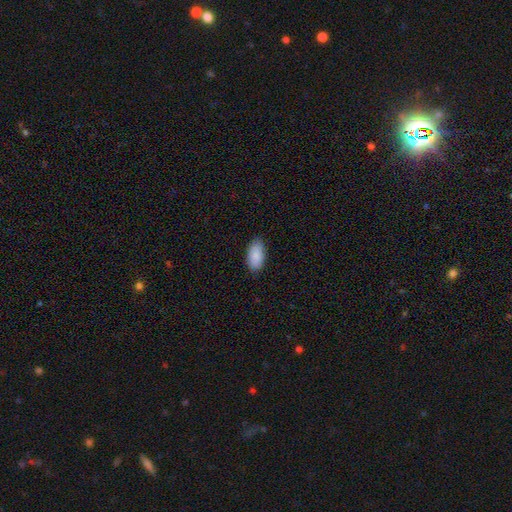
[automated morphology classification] Q: Smooth or featured?
A: smooth (89%); runner-up: star or artifact (6%)
Q: How rounded?
A: in between (94%); runner-up: cigar-shaped (4%)
Q: Merging?
A: none (84%); runner-up: minor disturbance (13%)